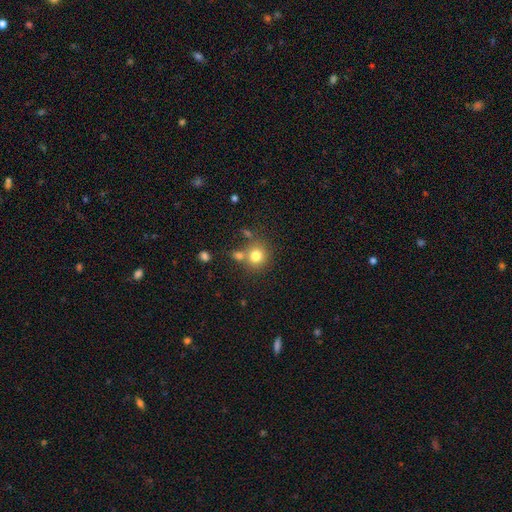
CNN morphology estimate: Smooth or featured: smooth — 79% (star or artifact — 12%)
How rounded: round — 86% (in between — 14%)
Merging: none — 63% (merger — 22%)